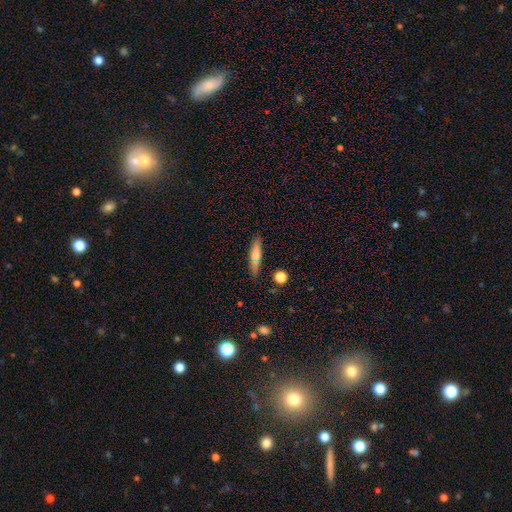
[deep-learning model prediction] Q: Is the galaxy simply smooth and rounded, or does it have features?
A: smooth — 58%.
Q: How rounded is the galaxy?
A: cigar-shaped — 79%.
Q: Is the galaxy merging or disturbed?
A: none — 82%.